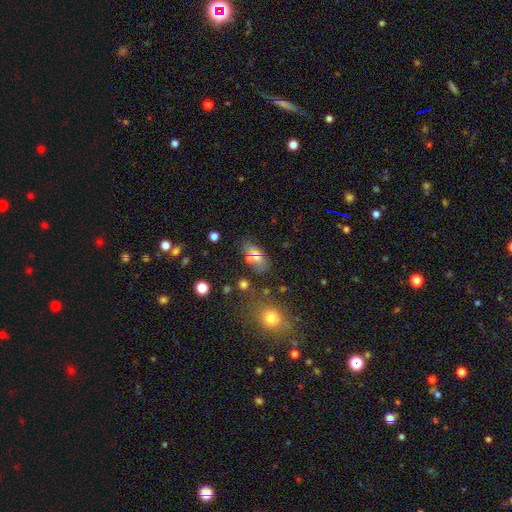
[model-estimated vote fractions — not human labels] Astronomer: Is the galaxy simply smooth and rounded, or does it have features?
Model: smooth — 57%.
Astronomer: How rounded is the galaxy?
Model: in between — 81%.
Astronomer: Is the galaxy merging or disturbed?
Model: none — 65%.